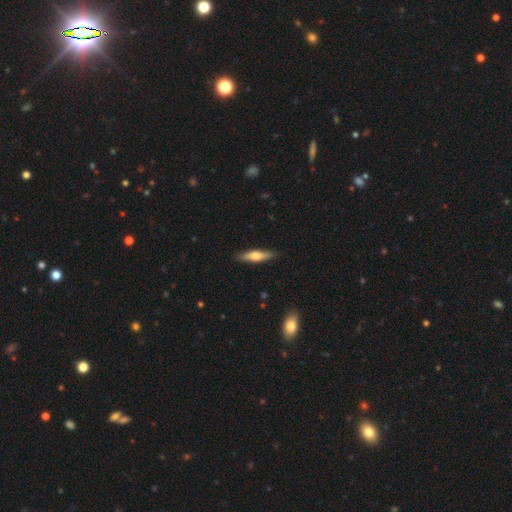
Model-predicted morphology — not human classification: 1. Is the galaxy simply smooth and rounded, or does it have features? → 59% smooth, 36% featured or disk, 6% star or artifact.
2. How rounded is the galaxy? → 72% cigar-shaped, 26% in between, 2% round.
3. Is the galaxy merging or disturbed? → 88% none, 9% minor disturbance, 2% major disturbance, 1% merger.